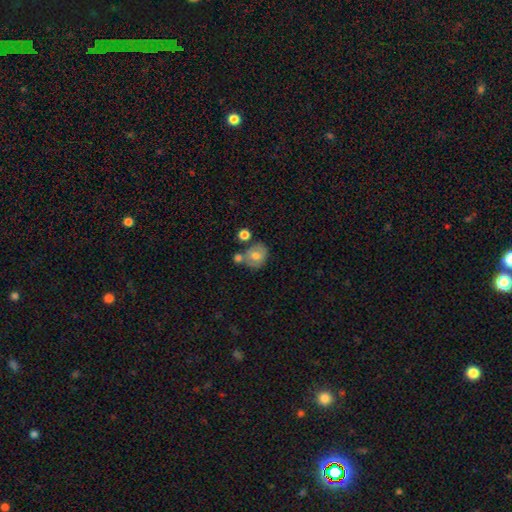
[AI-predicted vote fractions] Overall: smooth (64%; featured or disk 28%). How rounded: round (72%). Merging: none (50%; merger 28%).